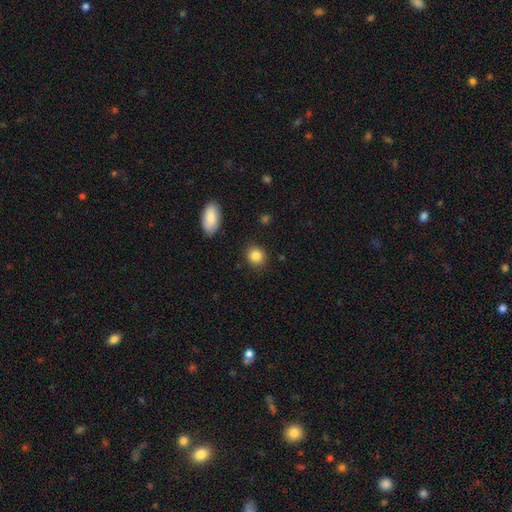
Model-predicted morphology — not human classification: This is clearly a smooth galaxy (86%). How rounded: likely round (78%). Merging: clearly none (88%).